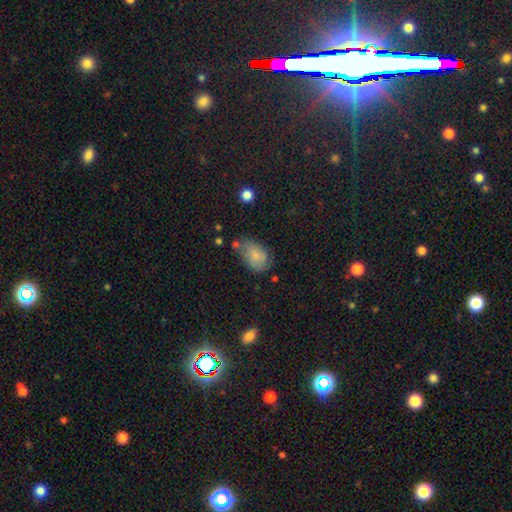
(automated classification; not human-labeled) smooth_or_featured: smooth (p=0.78) [alt: featured or disk p=0.13]
how_rounded: in between (p=0.86) [alt: round p=0.12]
merging: none (p=0.47) [alt: minor disturbance p=0.34]